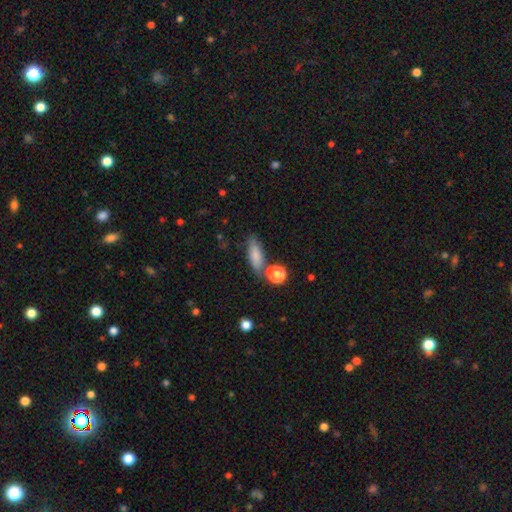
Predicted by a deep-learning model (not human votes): The model was most divided on "how rounded": in between: 61%, cigar-shaped: 34%, round: 5%. More confident: smooth or featured — smooth (79%); merging — none (64%).